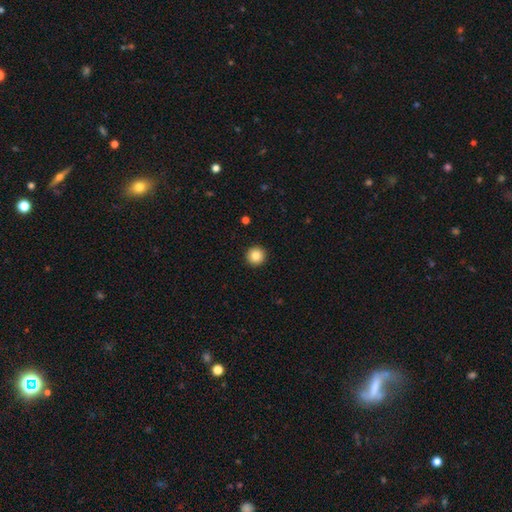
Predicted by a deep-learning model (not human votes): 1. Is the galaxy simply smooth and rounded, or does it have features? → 84% smooth, 9% star or artifact, 6% featured or disk.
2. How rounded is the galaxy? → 96% round, 3% in between, 1% cigar-shaped.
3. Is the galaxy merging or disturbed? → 94% none, 4% minor disturbance, 1% major disturbance, 1% merger.